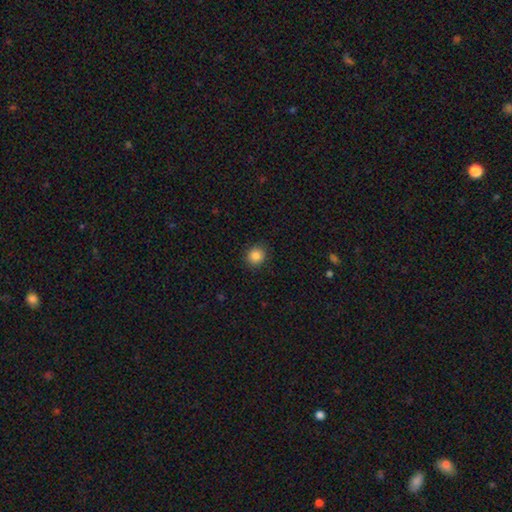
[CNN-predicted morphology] smooth_or_featured: smooth (p=0.86) [alt: star or artifact p=0.10]
how_rounded: round (p=0.87) [alt: in between p=0.12]
merging: none (p=0.90) [alt: minor disturbance p=0.07]